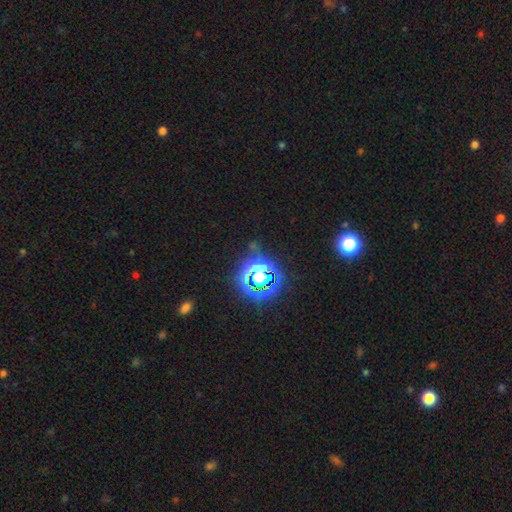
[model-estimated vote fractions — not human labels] A star or artifact, not a galaxy (80%).

Vote fractions:
- Smooth or featured? star or artifact: 80% / smooth: 13% / featured or disk: 7%